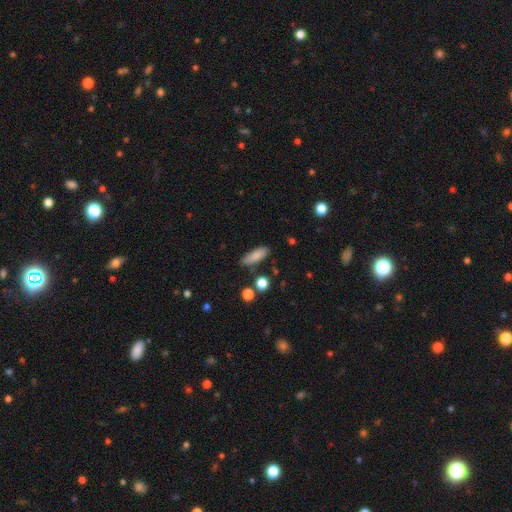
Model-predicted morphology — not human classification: Smooth or featured? smooth (84%)
How rounded? in between (57%)
Merging? none (78%)